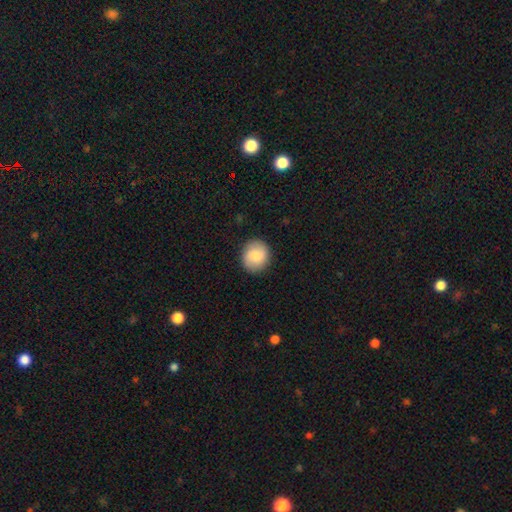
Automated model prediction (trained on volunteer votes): Smooth or featured? Predicted: smooth (p=0.77). How rounded? Predicted: round (p=0.82). Merging? Predicted: none (p=0.89).